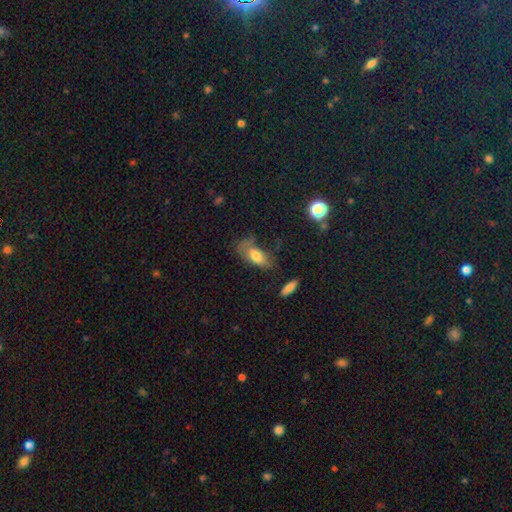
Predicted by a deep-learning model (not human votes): Q: Smooth or featured?
A: smooth (71%); runner-up: featured or disk (20%)
Q: How rounded?
A: in between (85%); runner-up: cigar-shaped (10%)
Q: Merging?
A: none (44%); runner-up: minor disturbance (30%)